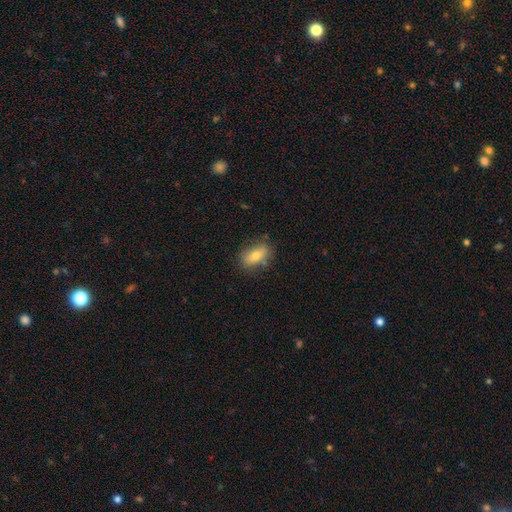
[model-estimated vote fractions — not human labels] This appears to be a smooth galaxy with no disk features (67%) that is in between round and cigar-shaped (79%). Merging: none (81%).